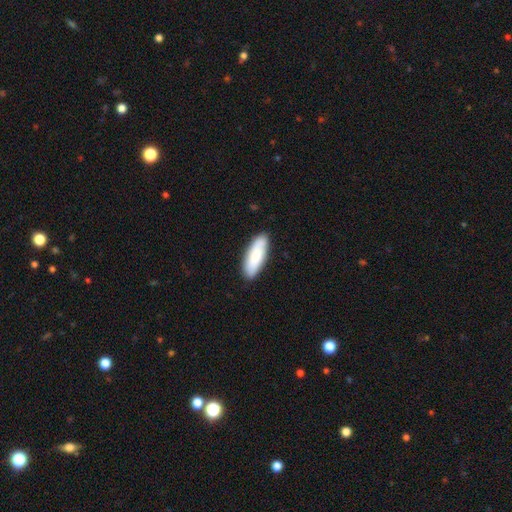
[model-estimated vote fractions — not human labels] Smooth or featured: smooth — 78% (featured or disk — 17%)
How rounded: in between — 66% (cigar-shaped — 32%)
Merging: none — 87% (minor disturbance — 10%)